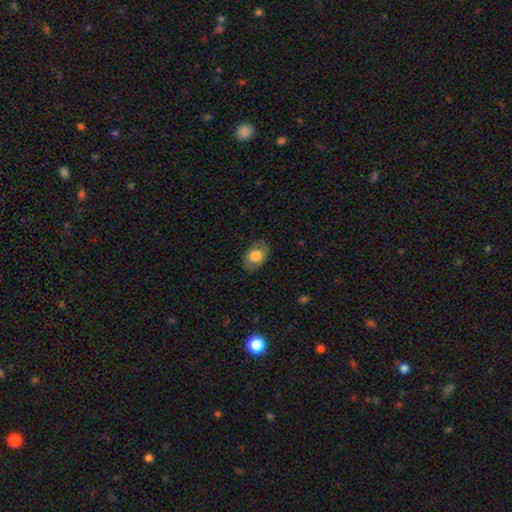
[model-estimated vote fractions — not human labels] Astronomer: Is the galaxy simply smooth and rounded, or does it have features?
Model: smooth — 75%.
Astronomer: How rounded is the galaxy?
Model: in between — 78%.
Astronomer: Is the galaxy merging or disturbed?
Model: none — 81%.